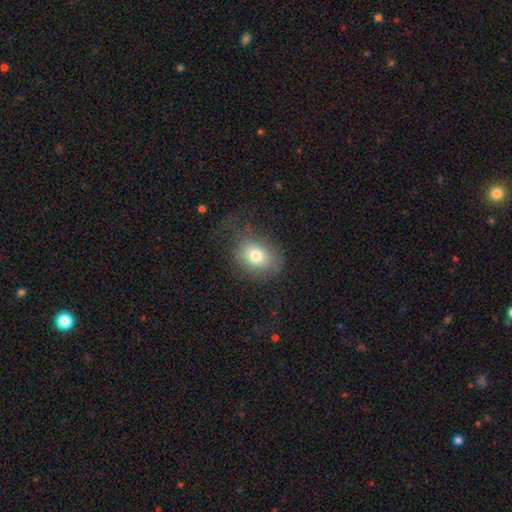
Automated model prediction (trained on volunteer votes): The model was most divided on "how rounded": in between: 52%, round: 47%, cigar-shaped: 1%. More confident: smooth or featured — smooth (76%); merging — none (57%).